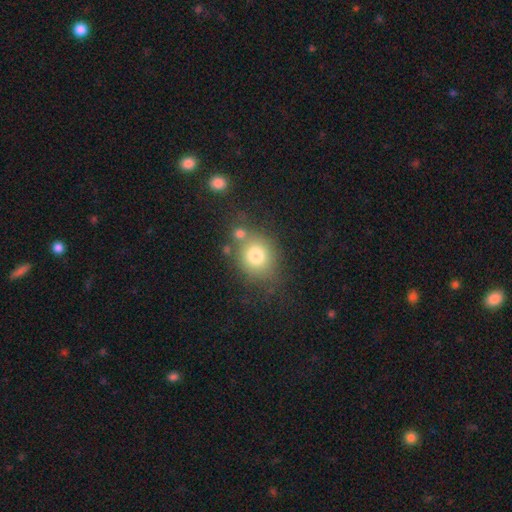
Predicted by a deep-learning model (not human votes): smooth-or-featured: smooth: 76% | featured or disk: 12% | star or artifact: 12%
  how-rounded: round: 74% | in between: 25% | cigar-shaped: 1%
  merging: none: 60% | merger: 18% | minor disturbance: 15% | major disturbance: 7%